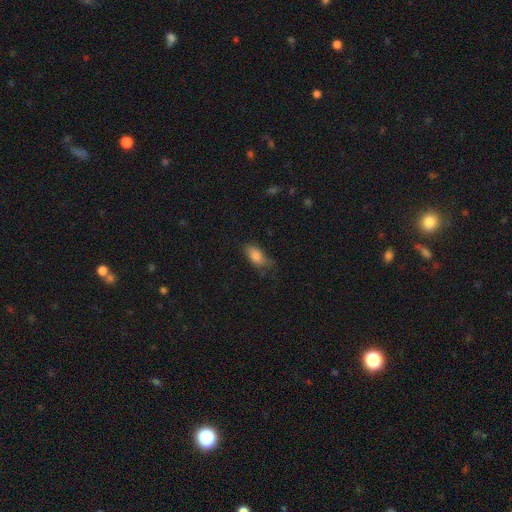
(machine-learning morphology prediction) Overall: smooth (81%). How rounded: in between (86%). Merging: none (57%; minor disturbance 31%).